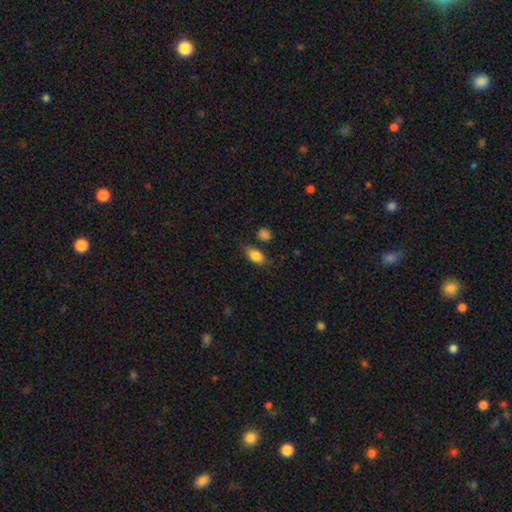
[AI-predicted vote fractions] Smooth or featured? smooth (84%)
How rounded? in between (87%)
Merging? none (74%)